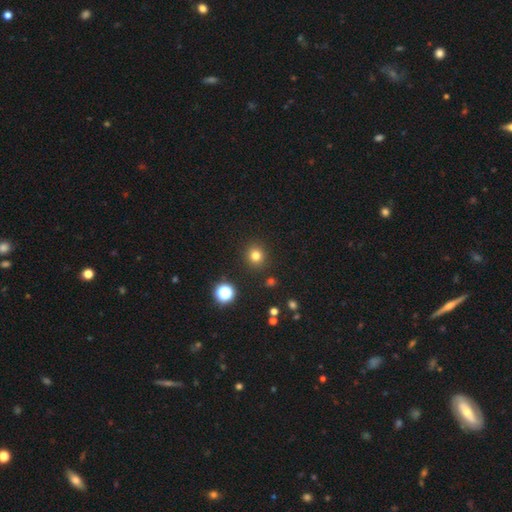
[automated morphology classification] type=smooth (79%); roundness=round (89%); merging=none (90%).